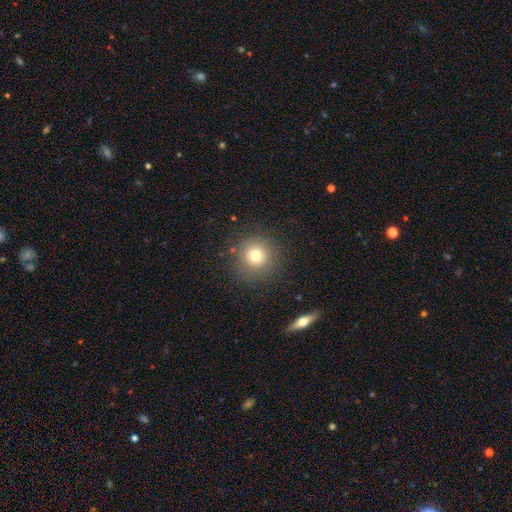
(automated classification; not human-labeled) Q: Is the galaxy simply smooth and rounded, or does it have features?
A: smooth — 75%.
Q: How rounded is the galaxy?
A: round — 94%.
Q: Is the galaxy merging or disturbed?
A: none — 86%.